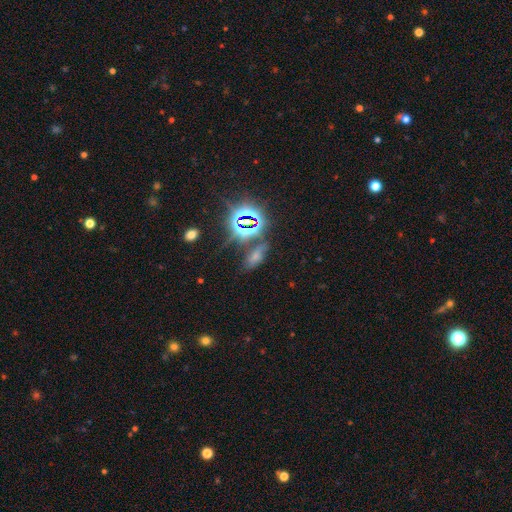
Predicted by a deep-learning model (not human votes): A star or artifact, not a galaxy (45%).